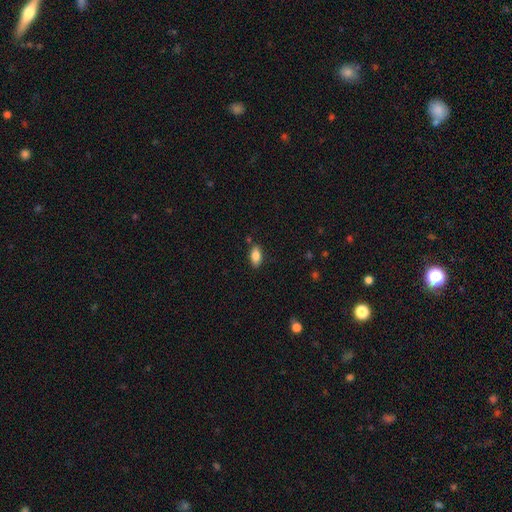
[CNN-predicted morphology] Overall: smooth (85%). How rounded: in between (90%). Merging: none (82%).